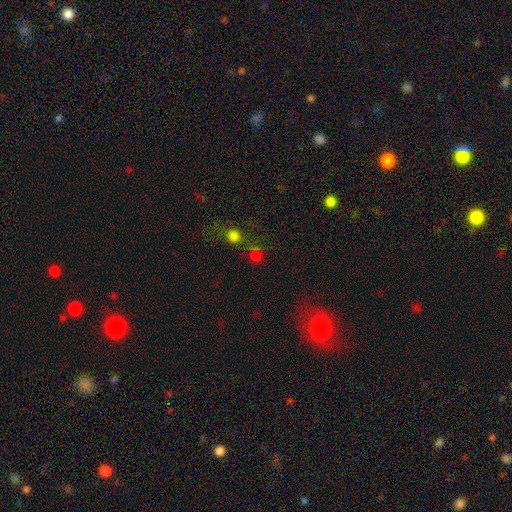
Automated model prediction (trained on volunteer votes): Smooth or featured? smooth (58%)
How rounded? round (86%)
Merging? none (62%)